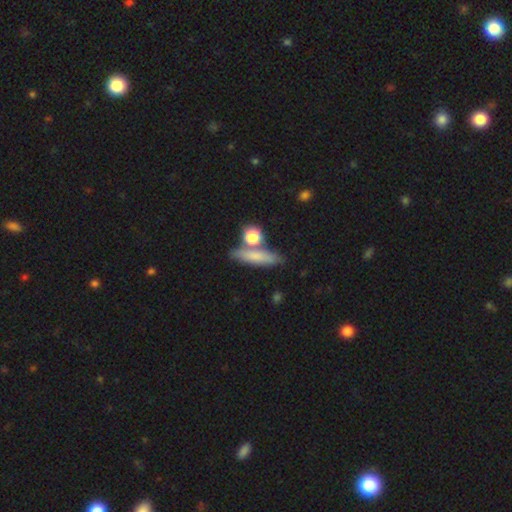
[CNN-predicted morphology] smooth_or_featured: smooth (p=0.70) [alt: featured or disk p=0.22]
how_rounded: cigar-shaped (p=0.62) [alt: in between p=0.24]
merging: none (p=0.66) [alt: merger p=0.18]